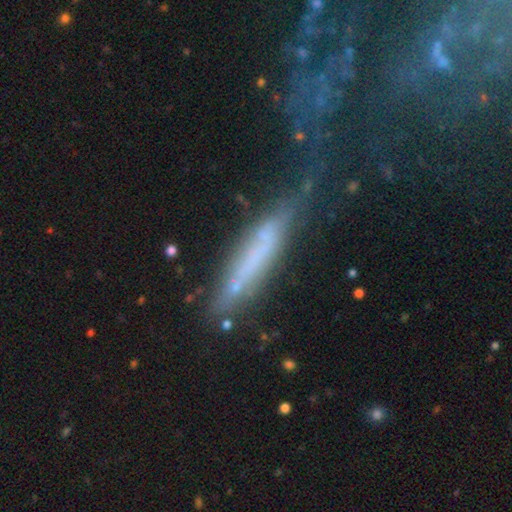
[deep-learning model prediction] The model was most divided on "smooth or featured": featured or disk: 47%, smooth: 42%, star or artifact: 12%. Remaining: merging — none (38%).